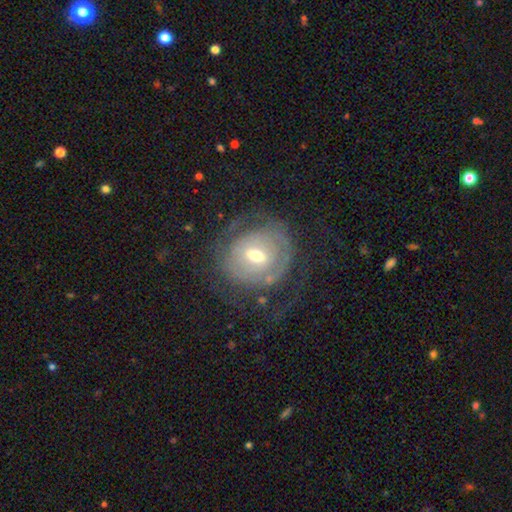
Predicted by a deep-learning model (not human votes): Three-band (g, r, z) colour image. It shows a featured or disk galaxy (68%) with a weak bar (46%), spiral arms (68%) and a moderate central bulge (61%). Merging: none (59%).